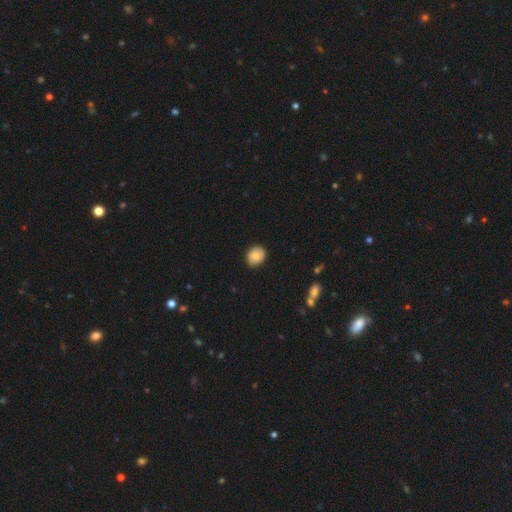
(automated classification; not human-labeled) Q: Smooth or featured?
A: smooth (80%); runner-up: featured or disk (13%)
Q: How rounded?
A: round (61%); runner-up: in between (38%)
Q: Merging?
A: none (87%); runner-up: minor disturbance (10%)